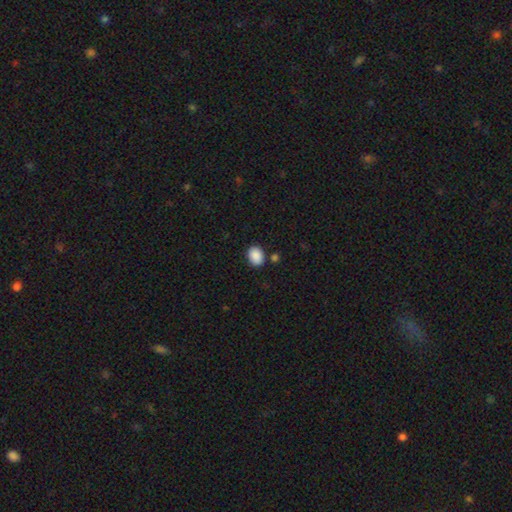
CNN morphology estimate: This appears to be a smooth galaxy with no disk features (89%) that is in between round and cigar-shaped (64%). Merging: none (82%).